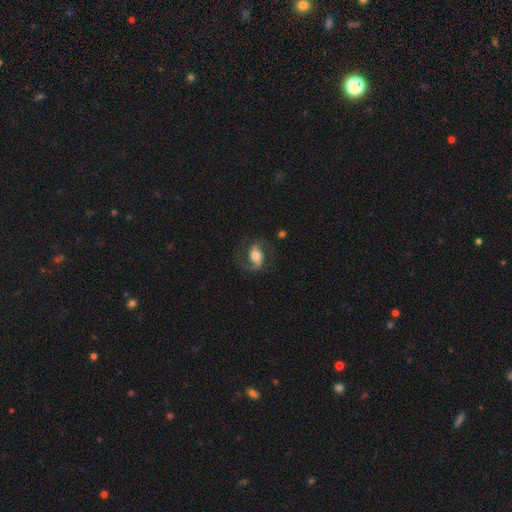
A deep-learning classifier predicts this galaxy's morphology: type=featured or disk (76%); edge-on=no (97%); bar=weak (35%); spiral arms=yes (92%); winding=medium (50%); arm count=2 (85%); bulge=moderate (63%); merging=none (69%).